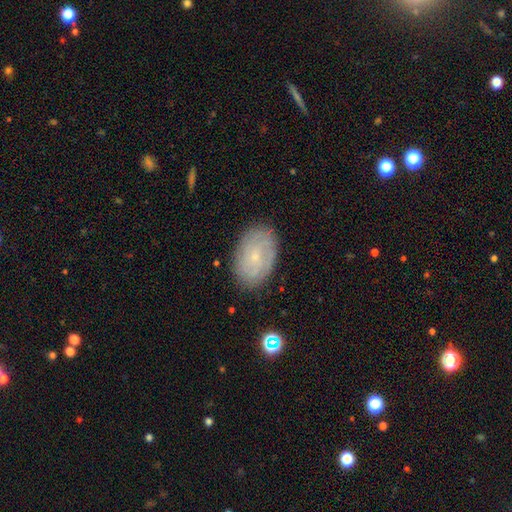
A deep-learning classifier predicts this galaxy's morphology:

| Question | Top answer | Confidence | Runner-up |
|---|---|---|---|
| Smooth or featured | featured or disk | 54% | smooth (37%) |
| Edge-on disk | no | 95% | yes (5%) |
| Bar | no | 76% | weak (21%) |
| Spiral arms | yes | 75% | no (25%) |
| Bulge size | small | 82% | moderate (13%) |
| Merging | none | 82% | minor disturbance (13%) |